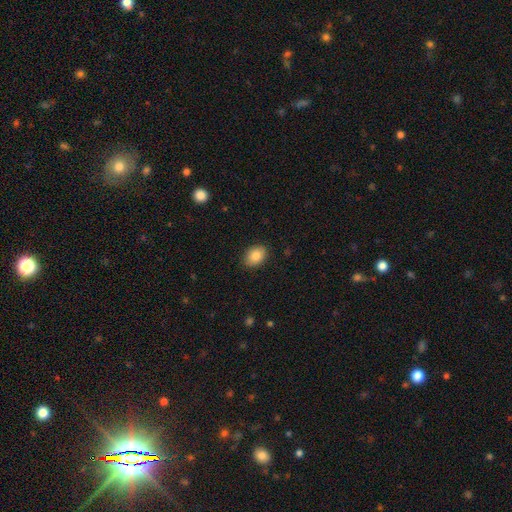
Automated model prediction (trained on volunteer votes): A smooth galaxy with no disk features (86%) that is in between round and cigar-shaped (73%).

Vote fractions:
- Smooth or featured? smooth: 86% / star or artifact: 8% / featured or disk: 6%
- How rounded? in between: 73% / round: 26% / cigar-shaped: 1%
- Merging? none: 87% / minor disturbance: 10% / major disturbance: 2% / merger: 1%